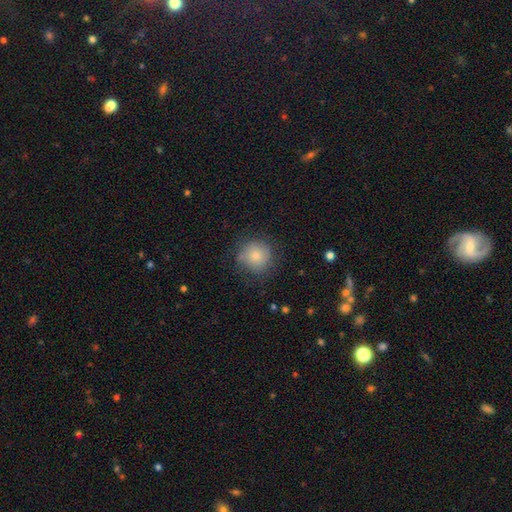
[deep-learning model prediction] This appears to be a smooth galaxy with no disk features (76%) that is round (91%). Merging: none (69%).